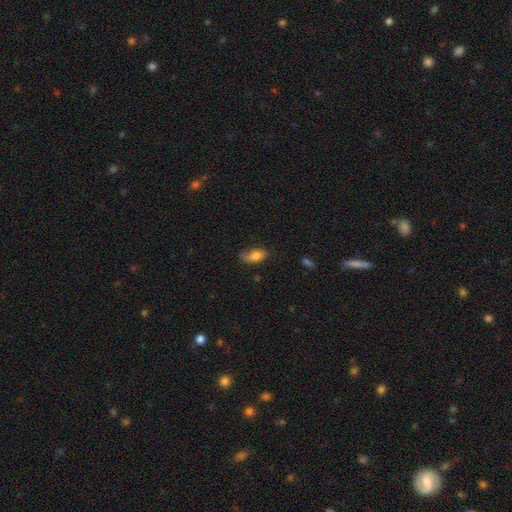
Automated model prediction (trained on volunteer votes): Q: Smooth or featured?
A: smooth (75%); runner-up: featured or disk (17%)
Q: How rounded?
A: in between (88%); runner-up: cigar-shaped (7%)
Q: Merging?
A: none (50%); runner-up: minor disturbance (32%)